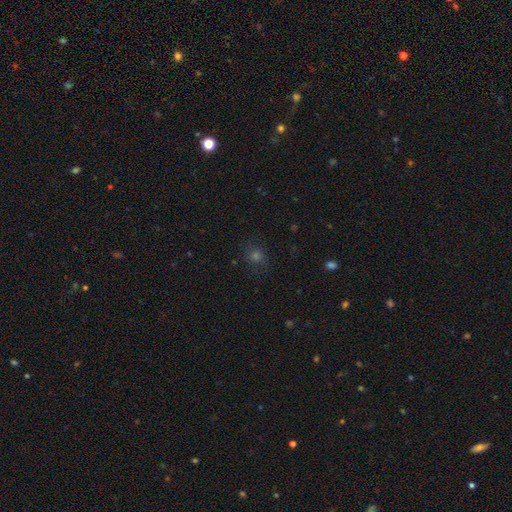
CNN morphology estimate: The model was most divided on "smooth or featured": smooth: 54%, star or artifact: 36%, featured or disk: 10%. More confident: how rounded — round (85%); merging — none (83%).